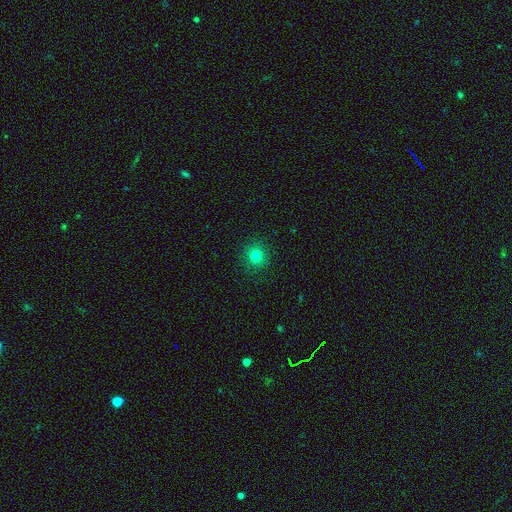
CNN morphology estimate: smooth_or_featured: smooth (p=0.80) [alt: star or artifact p=0.14]
how_rounded: round (p=0.92) [alt: in between p=0.07]
merging: none (p=0.91) [alt: minor disturbance p=0.06]